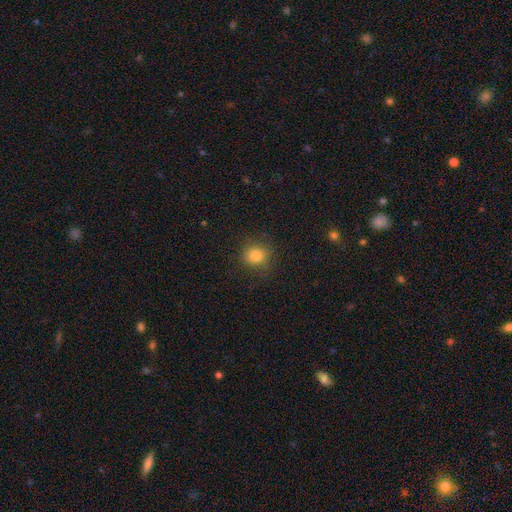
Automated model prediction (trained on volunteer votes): smooth-or-featured: smooth: 81% | star or artifact: 13% | featured or disk: 6%
  how-rounded: round: 85% | in between: 14% | cigar-shaped: 1%
  merging: none: 84% | minor disturbance: 11% | major disturbance: 4% | merger: 1%